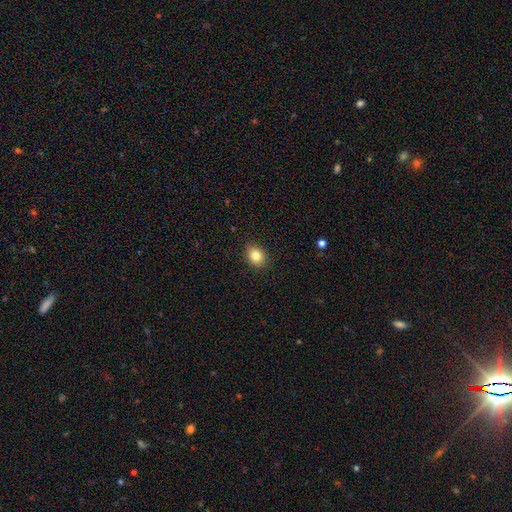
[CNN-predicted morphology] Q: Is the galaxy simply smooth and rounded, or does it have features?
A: smooth — 83%.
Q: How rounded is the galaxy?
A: in between — 51%.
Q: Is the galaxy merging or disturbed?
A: none — 89%.